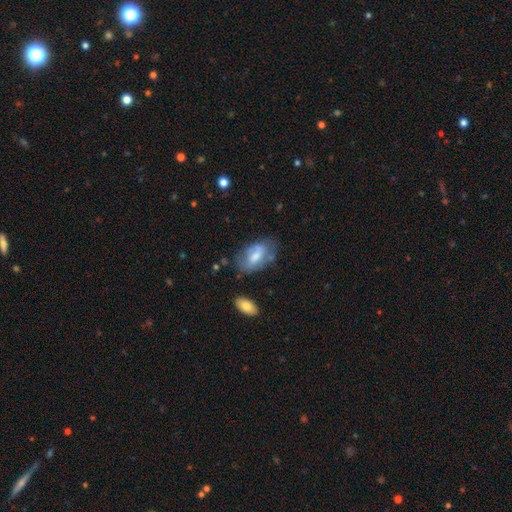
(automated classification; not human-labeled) A smooth galaxy with no disk features (57%) that is in between round and cigar-shaped (92%).

Vote fractions:
- Smooth or featured? smooth: 57% / featured or disk: 36% / star or artifact: 7%
- How rounded? in between: 92% / round: 5% / cigar-shaped: 3%
- Merging? none: 52% / minor disturbance: 28% / major disturbance: 14% / merger: 5%